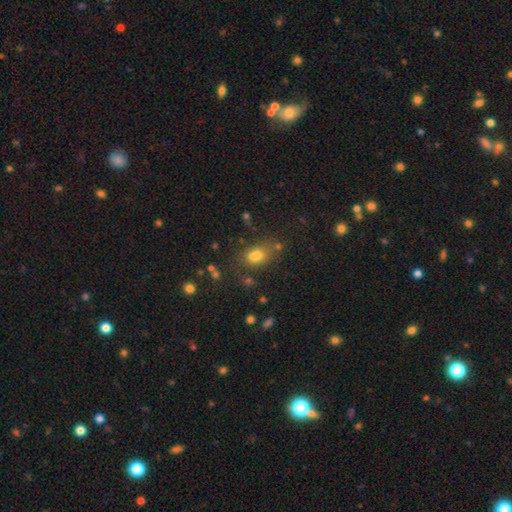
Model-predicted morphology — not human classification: smooth_or_featured: smooth (p=0.74) [alt: star or artifact p=0.16]
how_rounded: in between (p=0.72) [alt: round p=0.26]
merging: none (p=0.60) [alt: minor disturbance p=0.18]